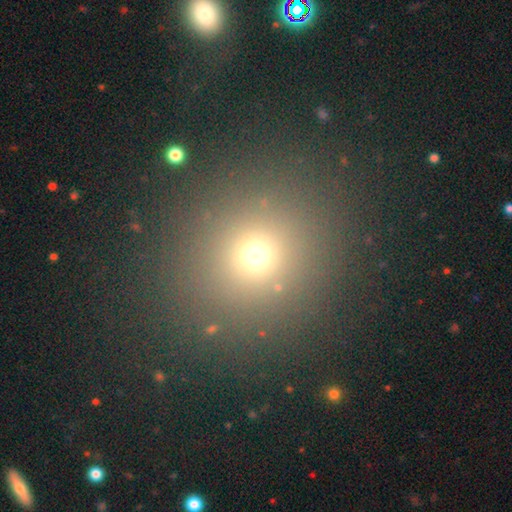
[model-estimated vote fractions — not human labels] The model was most divided on "smooth or featured": smooth: 67%, star or artifact: 25%, featured or disk: 8%. More confident: merging — none (87%); how rounded — round (87%).